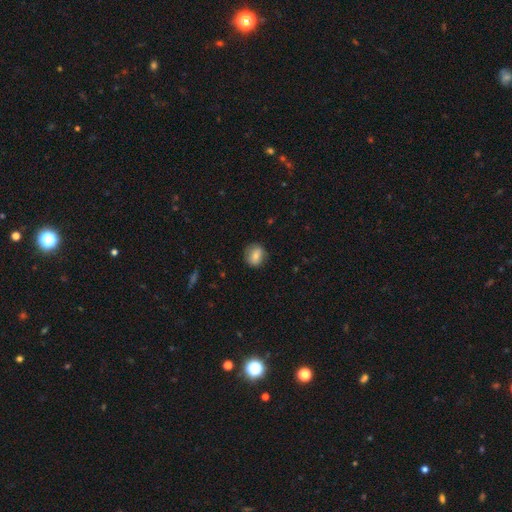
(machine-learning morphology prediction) Overall: smooth (74%). How rounded: round (71%). Merging: none (80%).